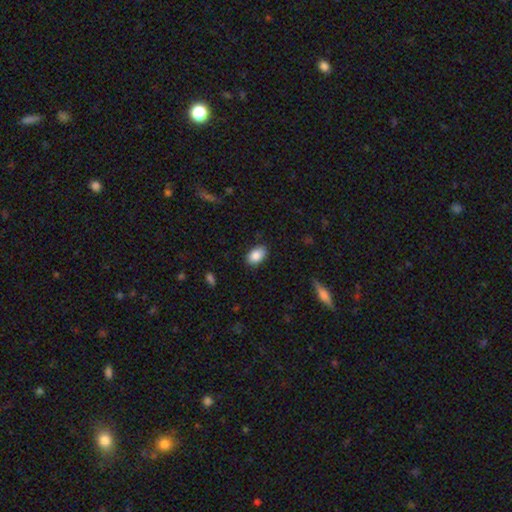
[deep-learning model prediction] The model was most divided on "merging": none: 84%, minor disturbance: 12%, major disturbance: 2%, merger: 1%. More confident: how rounded — in between (90%); smooth or featured — smooth (87%).